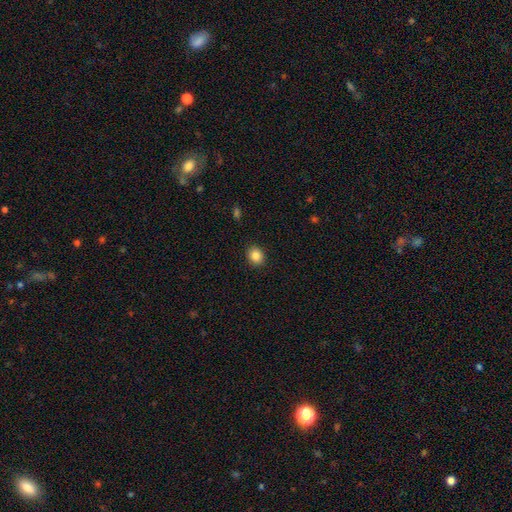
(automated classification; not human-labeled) This is clearly a smooth galaxy (85%). How rounded: likely round (64%). Merging: clearly none (91%).